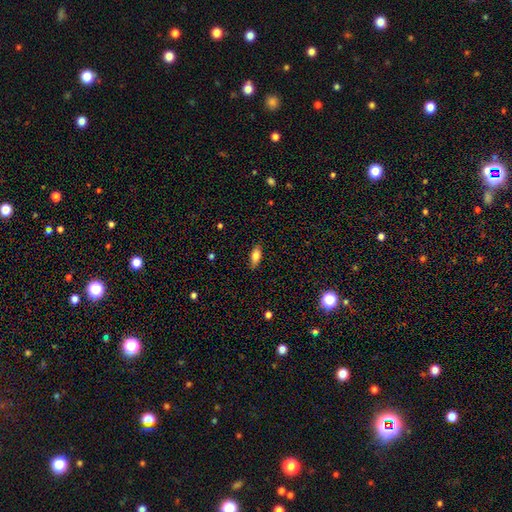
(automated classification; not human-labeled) Q: Smooth or featured?
A: smooth (77%); runner-up: featured or disk (16%)
Q: How rounded?
A: in between (78%); runner-up: cigar-shaped (19%)
Q: Merging?
A: none (85%); runner-up: minor disturbance (11%)